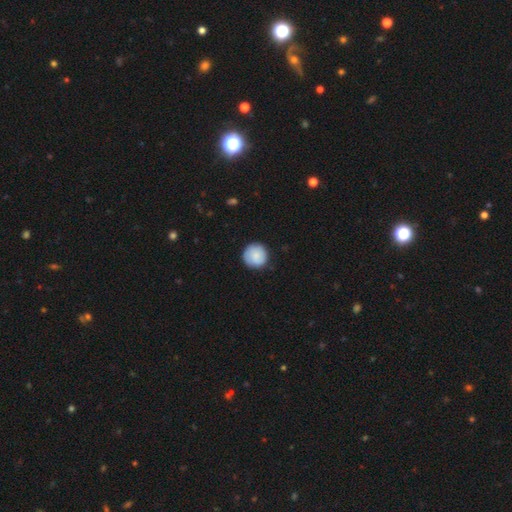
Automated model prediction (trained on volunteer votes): Smooth or featured? smooth (84%)
How rounded? round (95%)
Merging? none (86%)